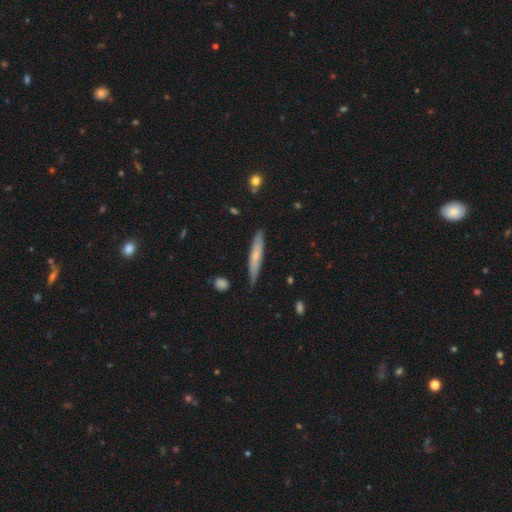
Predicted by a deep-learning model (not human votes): Smooth or featured? Predicted: smooth (p=0.57). How rounded? Predicted: cigar-shaped (p=0.91). Merging? Predicted: none (p=0.80).